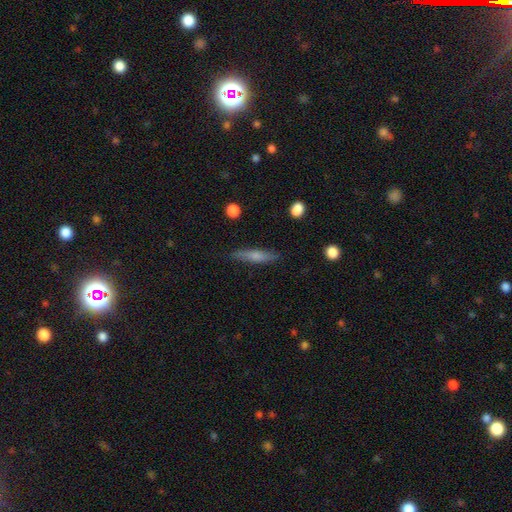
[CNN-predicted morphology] type=smooth (63%); roundness=cigar-shaped (86%); merging=none (84%).